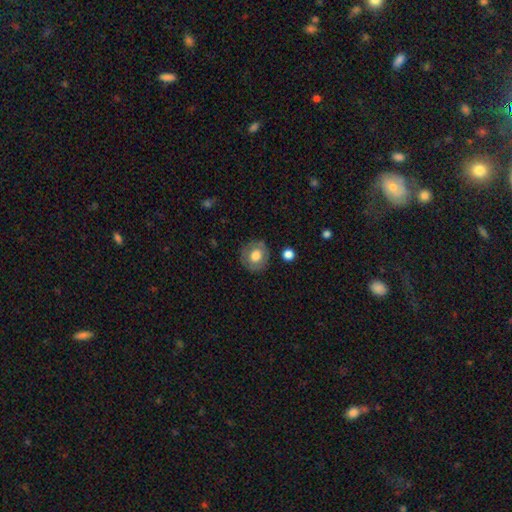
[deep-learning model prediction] smooth 65%, featured or disk 27%, star or artifact 8%. Down the decision tree: how rounded — round (84%); merging — none (82%).